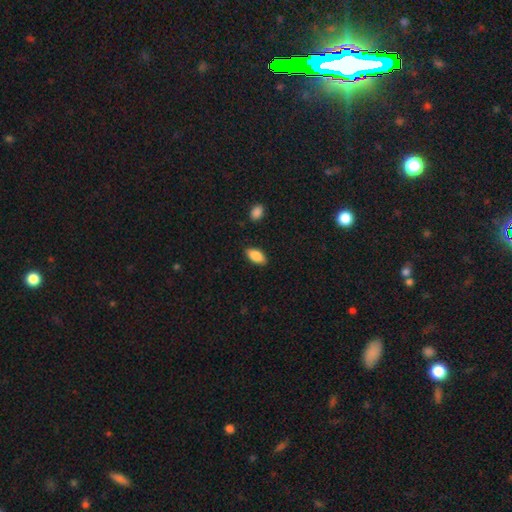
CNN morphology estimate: smooth 86%, featured or disk 7%, star or artifact 7%. Down the decision tree: how rounded — in between (90%); merging — none (86%).